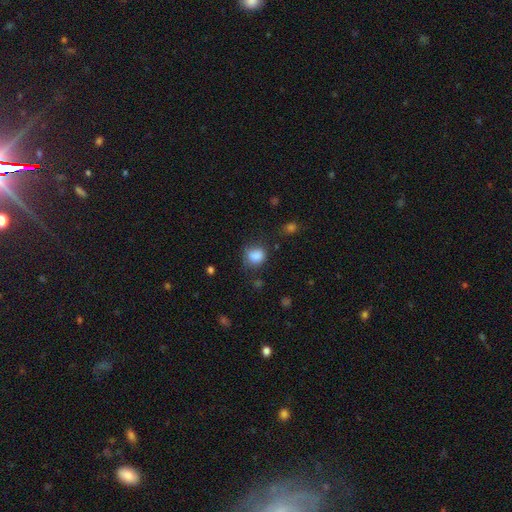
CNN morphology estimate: Q: Smooth or featured?
A: smooth (84%); runner-up: star or artifact (11%)
Q: How rounded?
A: round (71%); runner-up: in between (28%)
Q: Merging?
A: none (59%); runner-up: minor disturbance (25%)